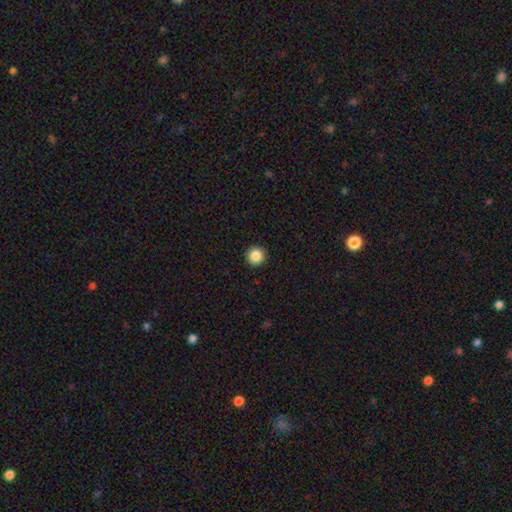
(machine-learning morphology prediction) The model was most divided on "smooth or featured": smooth: 86%, star or artifact: 10%, featured or disk: 4%. More confident: how rounded — round (96%); merging — none (93%).